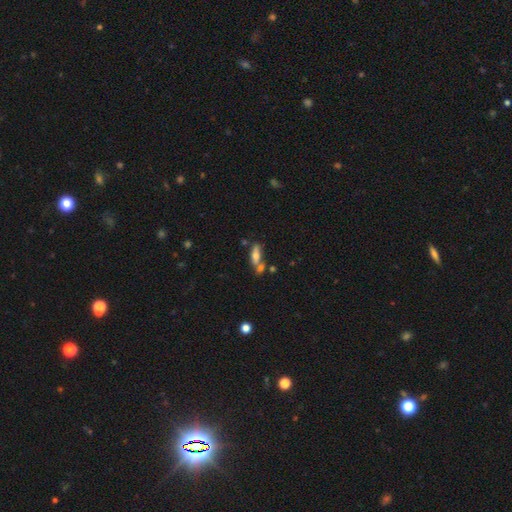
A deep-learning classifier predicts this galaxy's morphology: A smooth galaxy with no disk features (56%) that is in between round and cigar-shaped (52%).

Vote fractions:
- Smooth or featured? smooth: 56% / featured or disk: 35% / star or artifact: 9%
- How rounded? in between: 52% / cigar-shaped: 45% / round: 3%
- Merging? none: 52% / merger: 28% / minor disturbance: 14% / major disturbance: 5%